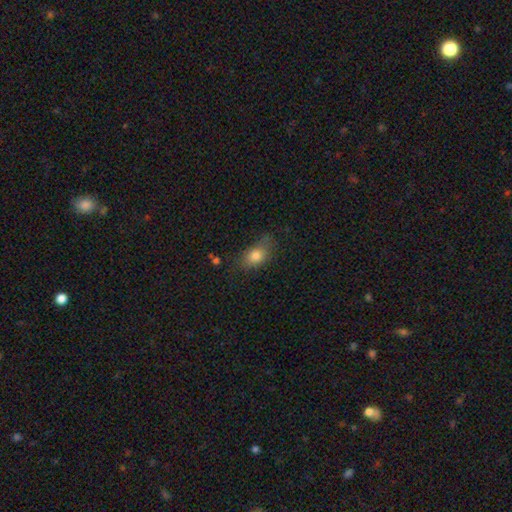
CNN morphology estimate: Smooth or featured? Predicted: smooth (p=0.80). How rounded? Predicted: in between (p=0.75). Merging? Predicted: none (p=0.61).